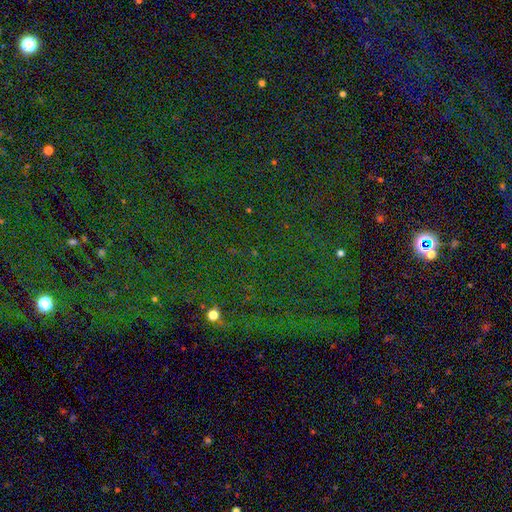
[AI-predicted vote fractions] A star or artifact, not a galaxy (82%).

Vote fractions:
- Smooth or featured? star or artifact: 82% / smooth: 10% / featured or disk: 8%